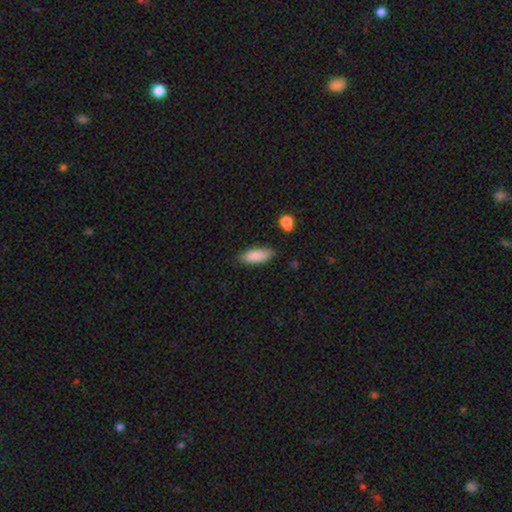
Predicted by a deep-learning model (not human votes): A smooth galaxy with no disk features (87%) that is in between round and cigar-shaped (75%).

Vote fractions:
- Smooth or featured? smooth: 87% / star or artifact: 7% / featured or disk: 6%
- How rounded? in between: 75% / cigar-shaped: 24% / round: 2%
- Merging? none: 81% / minor disturbance: 15% / major disturbance: 3% / merger: 2%